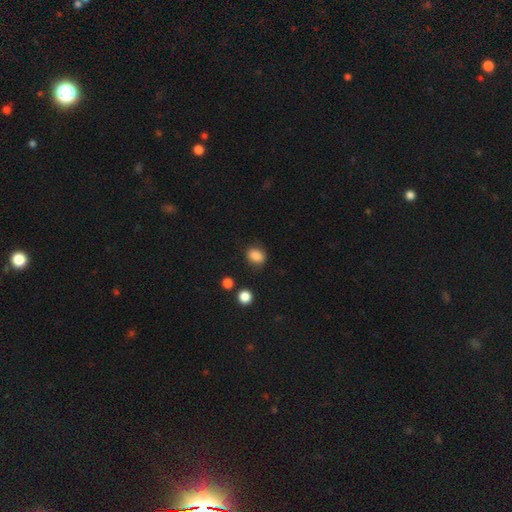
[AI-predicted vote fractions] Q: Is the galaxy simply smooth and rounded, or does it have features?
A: smooth — 86%.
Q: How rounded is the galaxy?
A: in between — 54%.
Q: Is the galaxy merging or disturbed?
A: none — 80%.